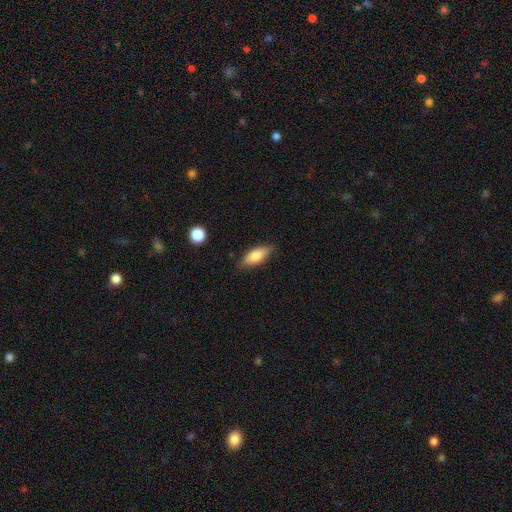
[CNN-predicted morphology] Smooth or featured?
  - smooth: 77% *
  - featured or disk: 16%
  - star or artifact: 7%
How rounded?
  - in between: 74% *
  - cigar-shaped: 23%
  - round: 3%
Merging?
  - none: 81% *
  - minor disturbance: 15%
  - major disturbance: 3%
  - merger: 1%